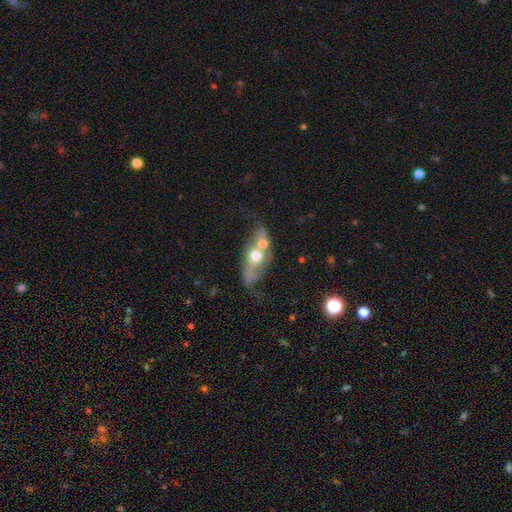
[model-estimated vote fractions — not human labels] featured or disk 56%, smooth 36%, star or artifact 8%. Down the decision tree: edge-on disk — no (82%); merging — merger (42%).